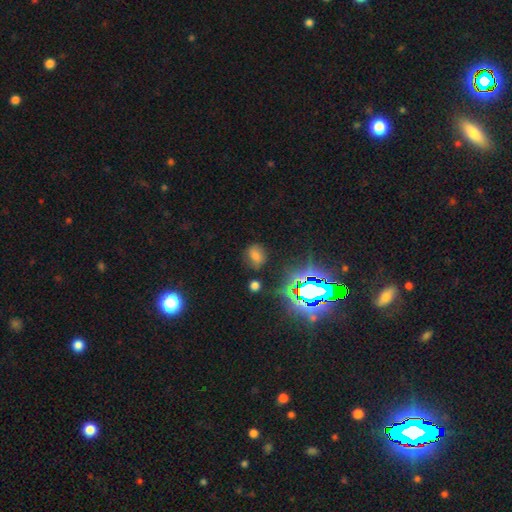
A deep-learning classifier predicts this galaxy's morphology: Smooth or featured? smooth (50%)
Merging? none (74%)